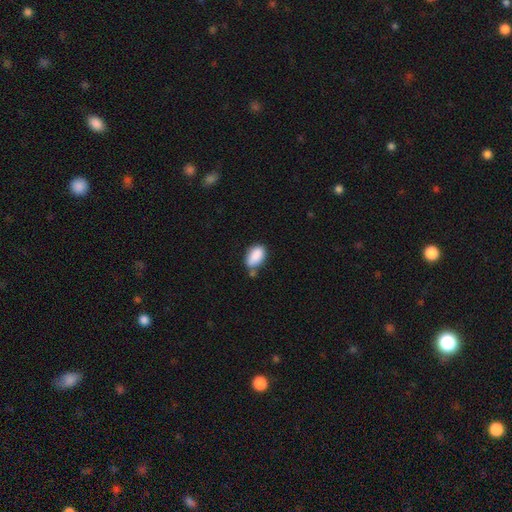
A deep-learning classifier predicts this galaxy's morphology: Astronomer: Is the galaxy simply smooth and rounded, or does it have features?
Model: smooth — 88%.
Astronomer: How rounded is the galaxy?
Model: in between — 92%.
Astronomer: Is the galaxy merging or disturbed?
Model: none — 59%.